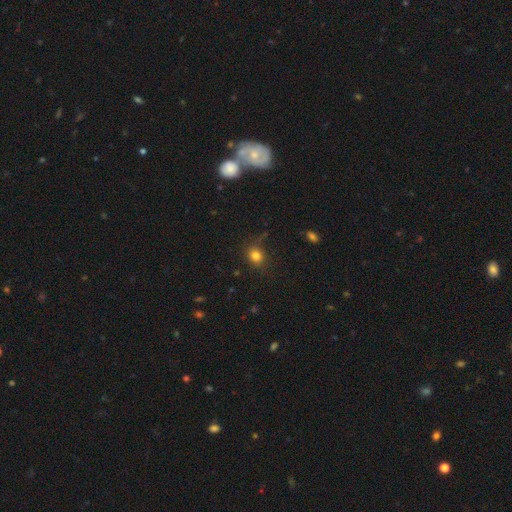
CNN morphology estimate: smooth-or-featured: smooth: 80% | star or artifact: 14% | featured or disk: 6%
  how-rounded: round: 67% | in between: 32% | cigar-shaped: 1%
  merging: none: 79% | minor disturbance: 15% | major disturbance: 5% | merger: 2%